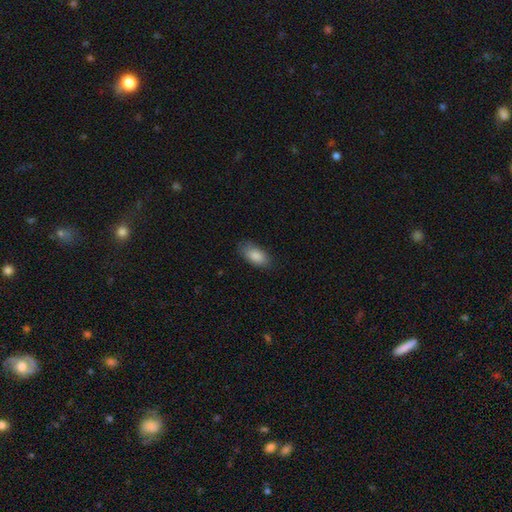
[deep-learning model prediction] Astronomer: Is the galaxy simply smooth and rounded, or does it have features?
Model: smooth — 88%.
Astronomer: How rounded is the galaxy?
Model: in between — 93%.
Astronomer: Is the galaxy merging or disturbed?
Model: none — 79%.